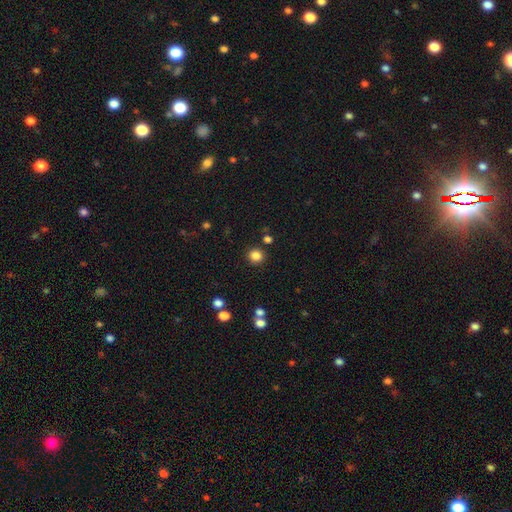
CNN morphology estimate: A smooth galaxy with no disk features (84%) that is round (92%). Merging: none (90%).